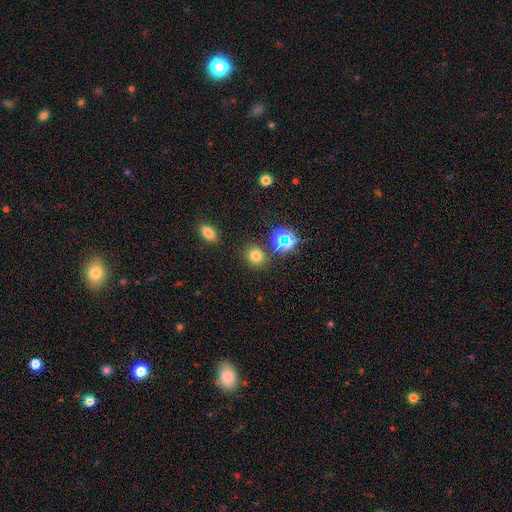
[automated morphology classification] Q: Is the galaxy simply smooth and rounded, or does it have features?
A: smooth — 73%.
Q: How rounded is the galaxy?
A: round — 84%.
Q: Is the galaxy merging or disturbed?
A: none — 85%.